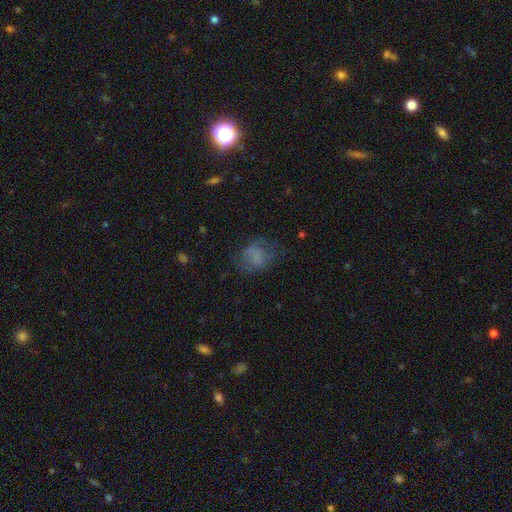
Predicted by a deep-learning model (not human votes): A smooth galaxy with no disk features (65%) that is round (50%).

Vote fractions:
- Smooth or featured? smooth: 65% / featured or disk: 22% / star or artifact: 14%
- How rounded? round: 50% / in between: 49% / cigar-shaped: 1%
- Merging? none: 56% / minor disturbance: 22% / major disturbance: 20% / merger: 2%